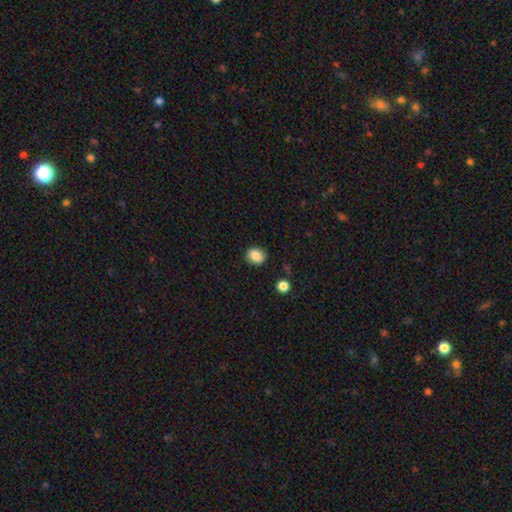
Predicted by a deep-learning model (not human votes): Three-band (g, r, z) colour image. It shows a smooth galaxy with no disk features (85%) that is round (59%). Merging: none (85%).